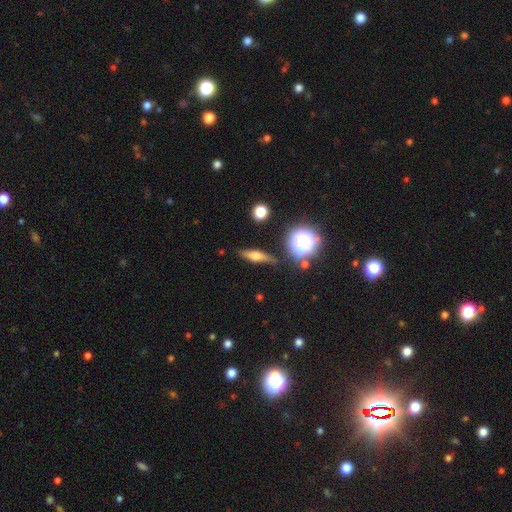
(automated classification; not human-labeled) The model was most divided on "smooth or featured": featured or disk: 45%, smooth: 42%, star or artifact: 13%. More confident: merging — none (82%).